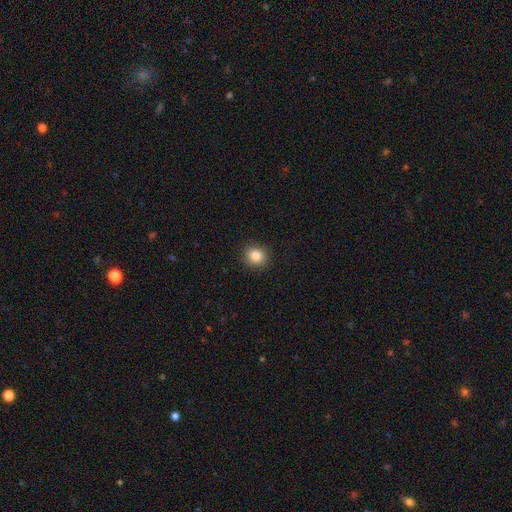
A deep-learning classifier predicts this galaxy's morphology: smooth-or-featured: smooth: 85% | star or artifact: 10% | featured or disk: 5%
  how-rounded: round: 79% | in between: 20% | cigar-shaped: 1%
  merging: none: 91% | minor disturbance: 6% | major disturbance: 2% | merger: 1%